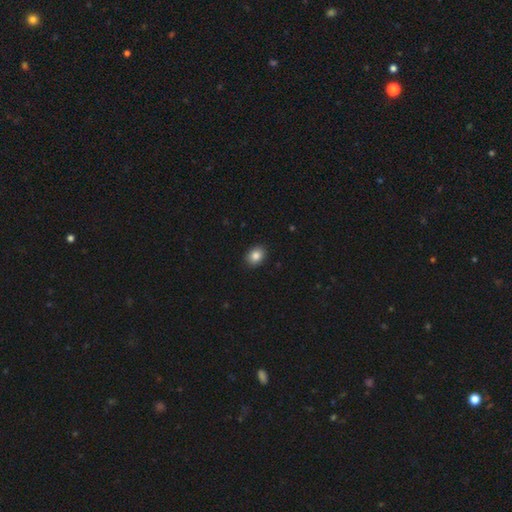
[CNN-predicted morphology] Smooth or featured? smooth (85%)
How rounded? in between (58%)
Merging? none (91%)